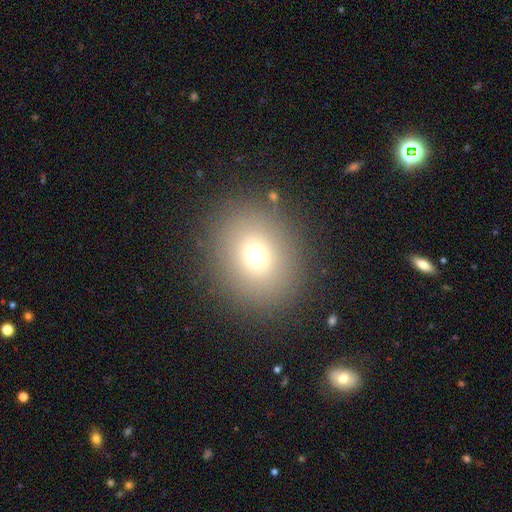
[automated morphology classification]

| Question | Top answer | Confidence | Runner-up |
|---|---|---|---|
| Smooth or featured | smooth | 72% | star or artifact (16%) |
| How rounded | round | 69% | in between (30%) |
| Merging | none | 88% | minor disturbance (7%) |